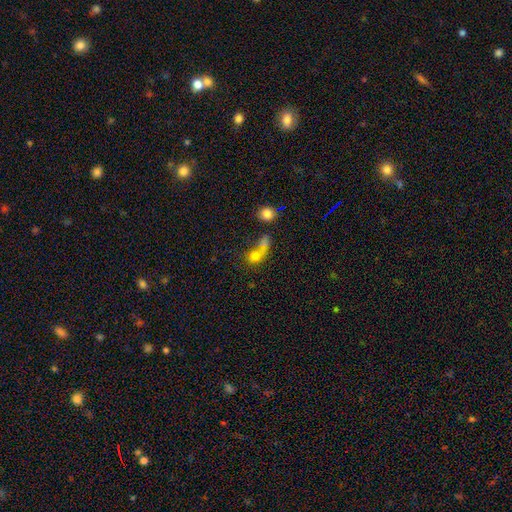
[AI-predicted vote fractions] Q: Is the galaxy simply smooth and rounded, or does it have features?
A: smooth — 72%.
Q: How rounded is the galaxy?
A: round — 64%.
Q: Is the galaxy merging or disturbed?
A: merger — 58%.